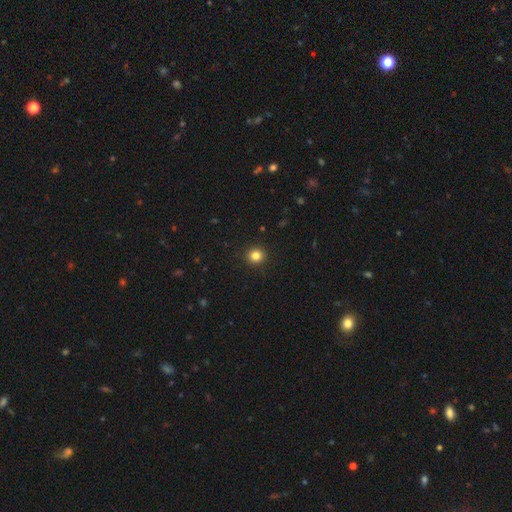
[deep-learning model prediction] Q: Smooth or featured?
A: smooth (83%); runner-up: star or artifact (12%)
Q: How rounded?
A: round (92%); runner-up: in between (8%)
Q: Merging?
A: none (92%); runner-up: minor disturbance (5%)